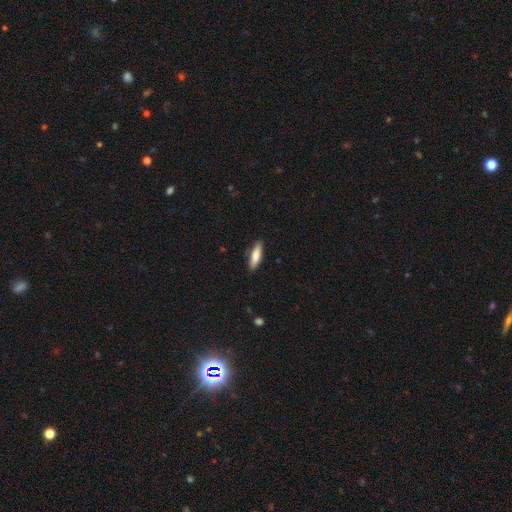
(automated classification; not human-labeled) A smooth galaxy with no disk features (77%) that is cigar-shaped (62%).

Vote fractions:
- Smooth or featured? smooth: 77% / featured or disk: 17% / star or artifact: 6%
- How rounded? cigar-shaped: 62% / in between: 37% / round: 2%
- Merging? none: 87% / minor disturbance: 10% / major disturbance: 2% / merger: 1%